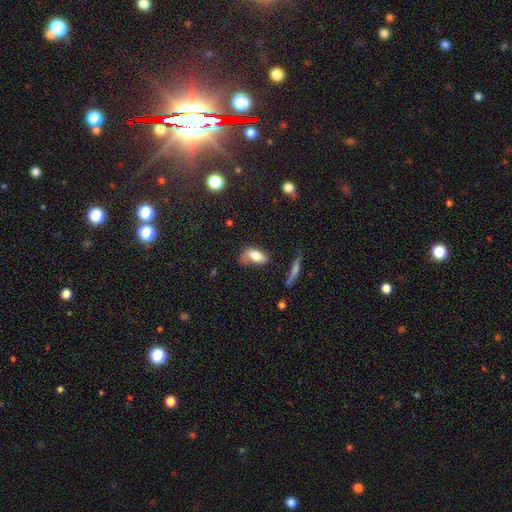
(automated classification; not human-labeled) Overall: smooth (74%). How rounded: in between (87%). Merging: none (40%; minor disturbance 33%).